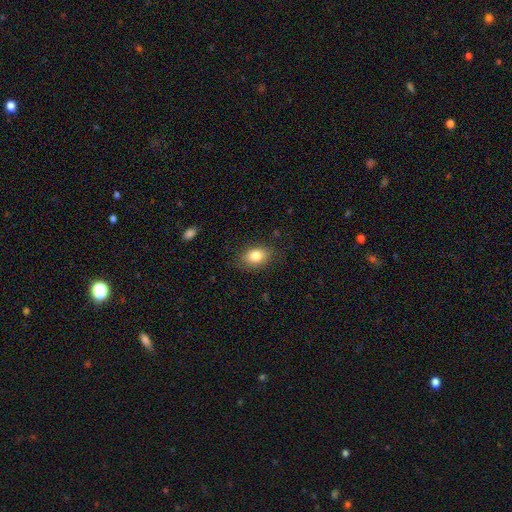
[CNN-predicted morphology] This is clearly a smooth galaxy (82%). How rounded: likely in between (75%). Merging: clearly none (84%).